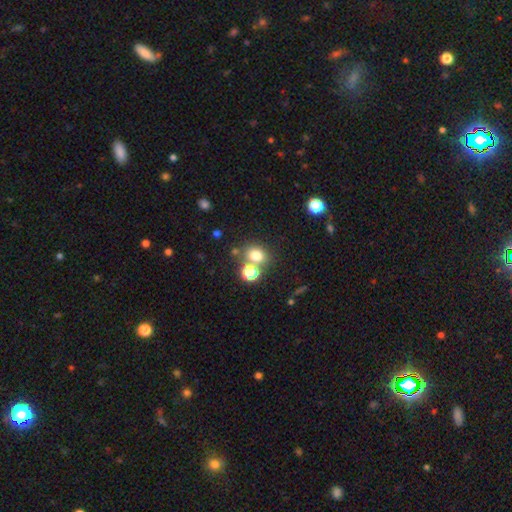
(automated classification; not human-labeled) Smooth or featured?
  - smooth: 74% *
  - star or artifact: 17%
  - featured or disk: 9%
How rounded?
  - round: 61% *
  - in between: 37%
  - cigar-shaped: 1%
Merging?
  - none: 62% *
  - merger: 24%
  - minor disturbance: 10%
  - major disturbance: 4%